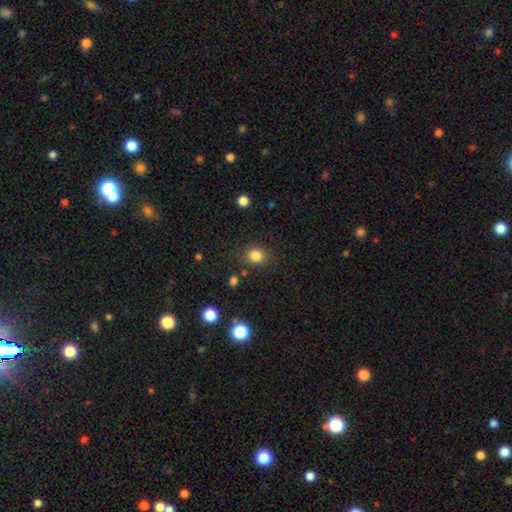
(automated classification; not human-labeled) Q: Smooth or featured?
A: smooth (83%); runner-up: star or artifact (11%)
Q: How rounded?
A: round (64%); runner-up: in between (35%)
Q: Merging?
A: none (83%); runner-up: minor disturbance (11%)